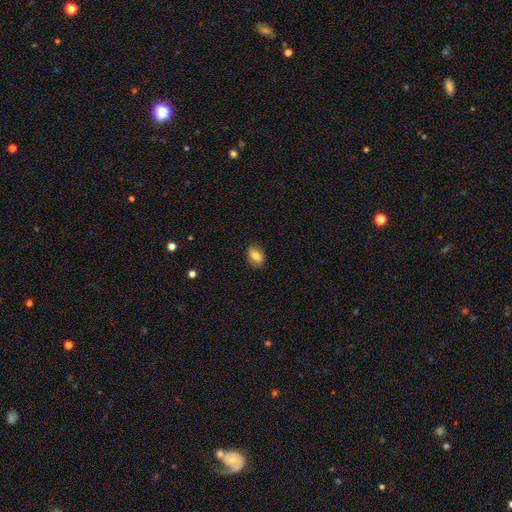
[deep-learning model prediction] Smooth or featured?
  - smooth: 81% *
  - featured or disk: 11%
  - star or artifact: 8%
How rounded?
  - in between: 82% *
  - round: 16%
  - cigar-shaped: 2%
Merging?
  - none: 87% *
  - minor disturbance: 10%
  - major disturbance: 2%
  - merger: 1%